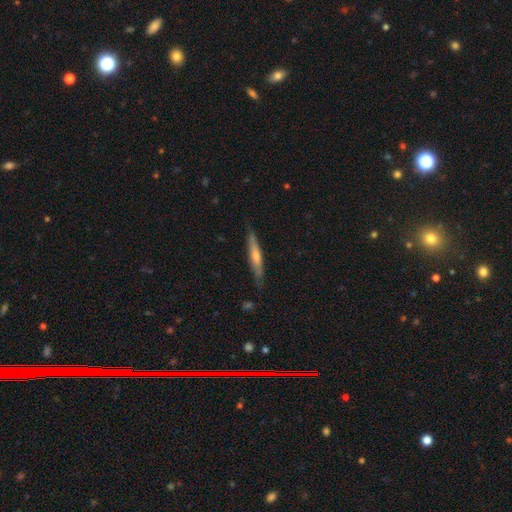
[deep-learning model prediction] smooth-or-featured: featured or disk: 53% | smooth: 41% | star or artifact: 6%
  disk-edge-on: yes: 92% | no: 8%
  merging: none: 83% | minor disturbance: 14% | major disturbance: 2% | merger: 1%